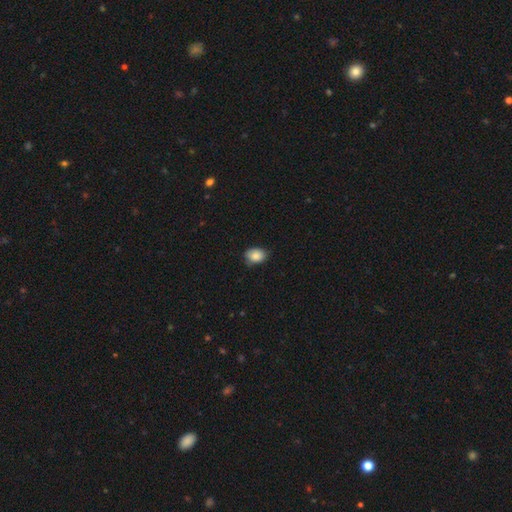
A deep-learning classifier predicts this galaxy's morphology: type=smooth (87%); roundness=in between (71%); merging=none (78%).